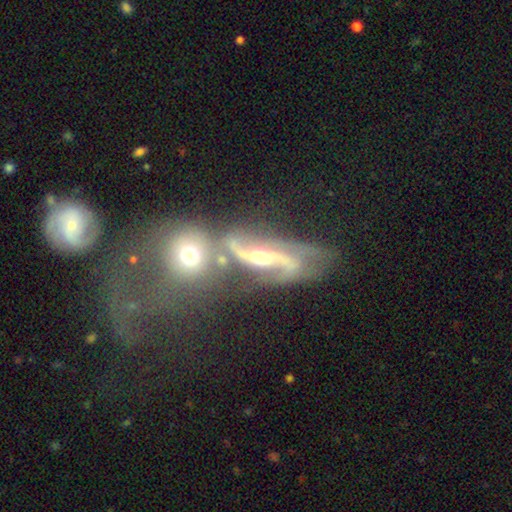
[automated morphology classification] featured or disk 67%, smooth 21%, star or artifact 12%. Down the decision tree: edge-on disk — no (76%); bar — no (54%); spiral arms — yes (61%); bulge size — moderate (54%); merging — merger (62%).